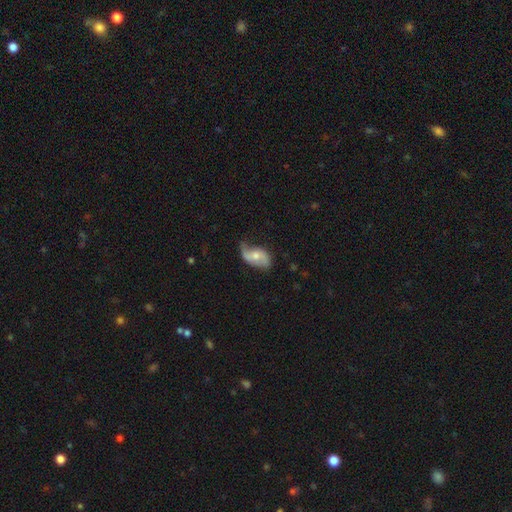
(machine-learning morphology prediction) featured or disk 60%, smooth 33%, star or artifact 6%. Down the decision tree: edge-on disk — no (95%); bar — no (59%); spiral arms — yes (85%); bulge size — moderate (59%); merging — none (49%).